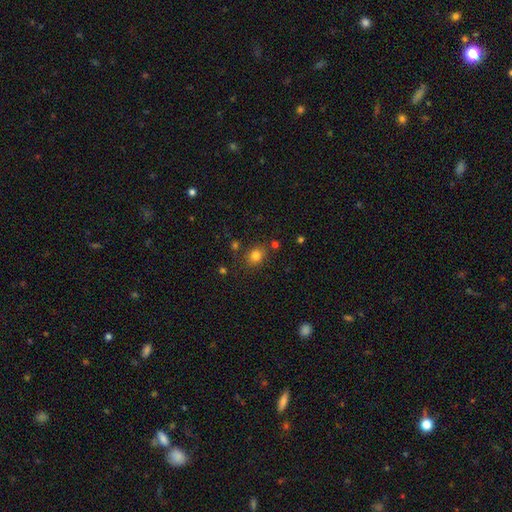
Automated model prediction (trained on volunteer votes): smooth 79%, star or artifact 14%, featured or disk 7%. Down the decision tree: how rounded — round (62%); merging — none (79%).